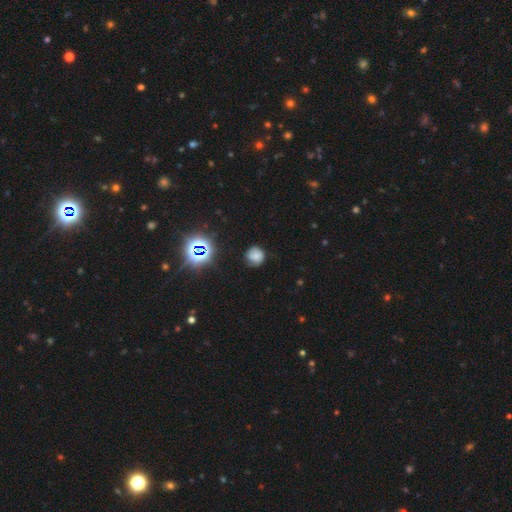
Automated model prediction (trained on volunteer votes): smooth 69%, star or artifact 19%, featured or disk 13%. Down the decision tree: how rounded — round (87%); merging — none (72%).